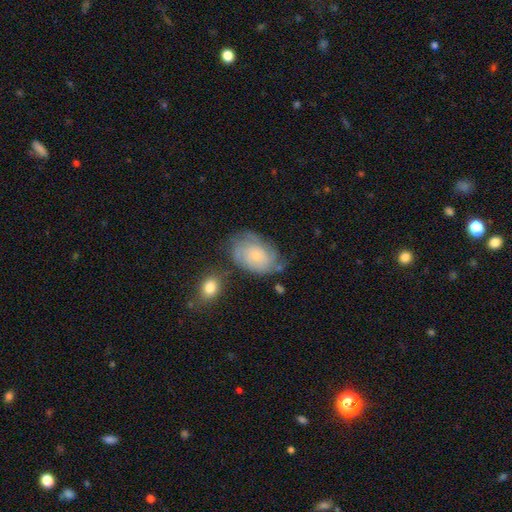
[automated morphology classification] Smooth or featured?
  - featured or disk: 57% *
  - smooth: 35%
  - star or artifact: 8%
Edge-on disk?
  - no: 96% *
  - yes: 4%
Bar?
  - no: 83% *
  - weak: 15%
  - strong: 2%
Spiral arms?
  - yes: 78% *
  - no: 22%
Bulge size?
  - small: 72% *
  - moderate: 23%
  - none: 2%
  - large: 2%
  - dominant: 1%
Merging?
  - none: 57% *
  - minor disturbance: 26%
  - major disturbance: 11%
  - merger: 6%